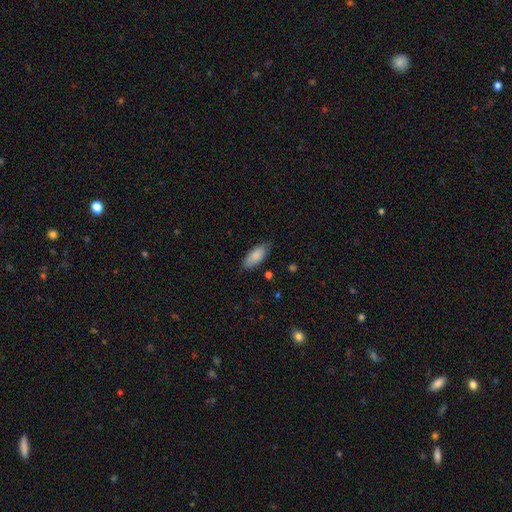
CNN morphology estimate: A smooth galaxy with no disk features (86%) that is in between round and cigar-shaped (86%). Merging: none (78%).